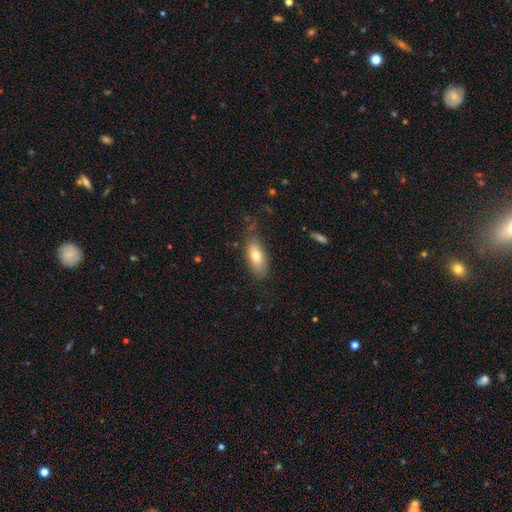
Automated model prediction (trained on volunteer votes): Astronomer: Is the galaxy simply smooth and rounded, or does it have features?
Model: smooth — 75%.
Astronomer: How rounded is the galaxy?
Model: in between — 82%.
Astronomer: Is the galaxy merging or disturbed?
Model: none — 74%.